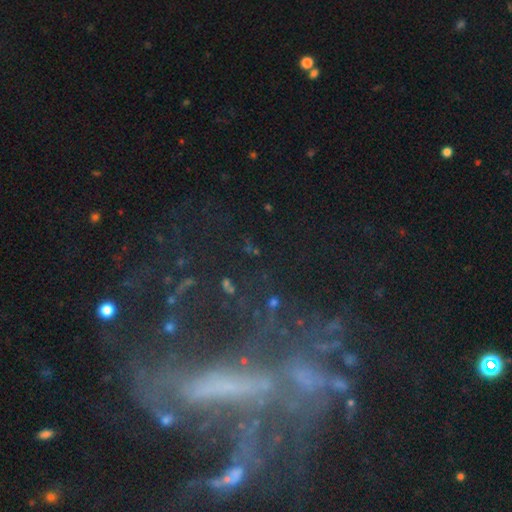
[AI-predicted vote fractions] Overall: featured or disk (65%). Edge-on disk: no (86%). Bar: strong (41%; no 33%). Spiral arms: yes (51%; no 49%). Bulge size: none (51%; small 27%). Merging: none (42%; major disturbance 34%).